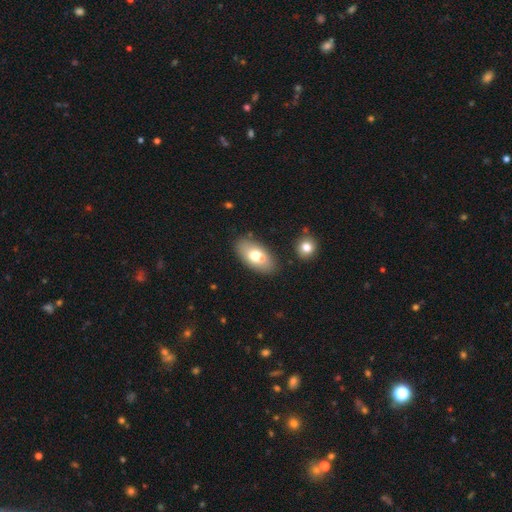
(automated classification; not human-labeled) smooth 67%, featured or disk 25%, star or artifact 8%. Down the decision tree: how rounded — in between (91%); merging — none (71%).